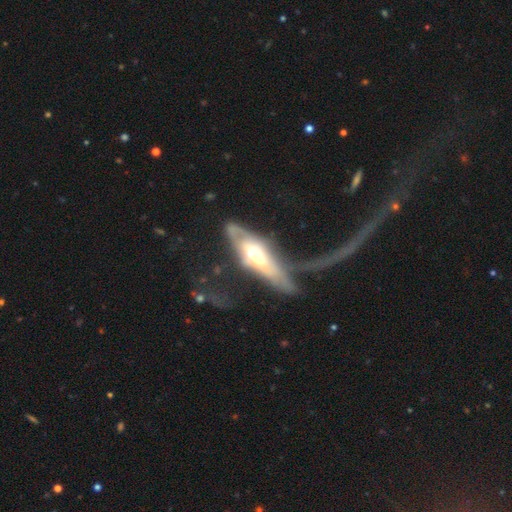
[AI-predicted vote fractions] Smooth or featured?
  - featured or disk: 64% *
  - smooth: 30%
  - star or artifact: 6%
Edge-on disk?
  - no: 60% *
  - yes: 40%
Merging?
  - major disturbance: 46% *
  - none: 27%
  - minor disturbance: 20%
  - merger: 7%